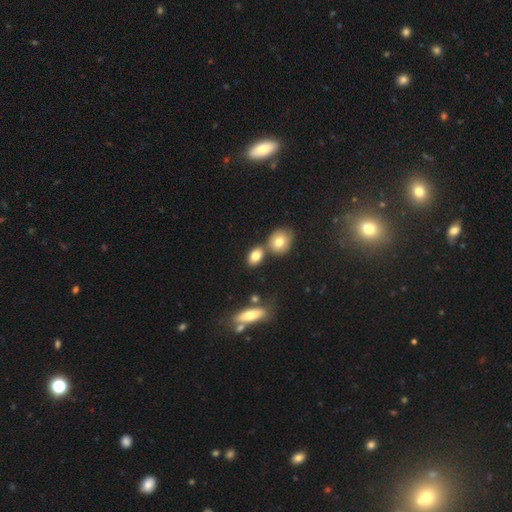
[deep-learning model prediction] This appears to be a smooth galaxy with no disk features (78%) that is in between round and cigar-shaped (75%). Merging: none (57%).